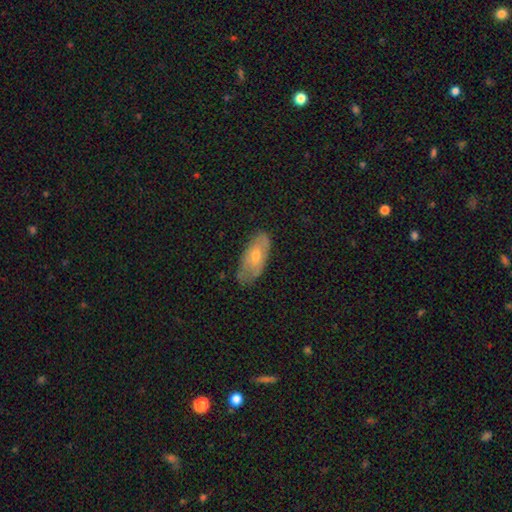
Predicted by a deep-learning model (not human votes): This appears to be a smooth galaxy with no disk features (56%) that is in between round and cigar-shaped (86%). Merging: none (70%).